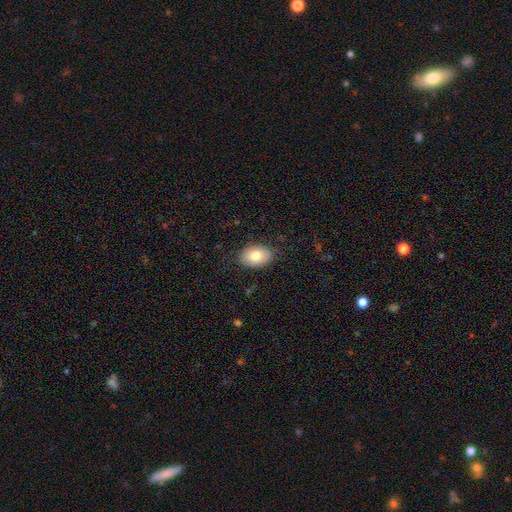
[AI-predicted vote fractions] Smooth or featured? Predicted: smooth (p=0.79). How rounded? Predicted: in between (p=0.84). Merging? Predicted: none (p=0.84).